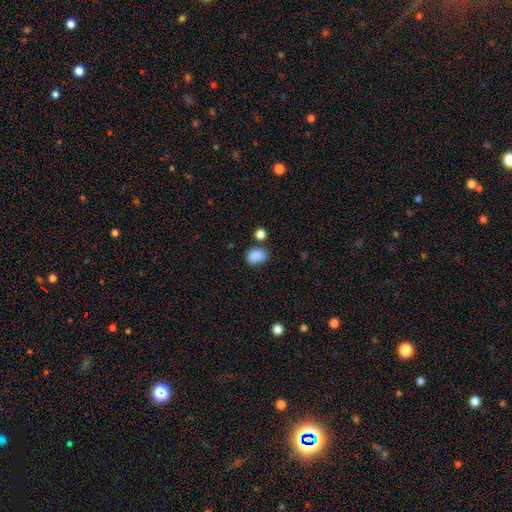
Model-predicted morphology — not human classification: Smooth or featured: smooth — 86% (star or artifact — 10%)
How rounded: in between — 64% (round — 34%)
Merging: none — 60% (minor disturbance — 23%)